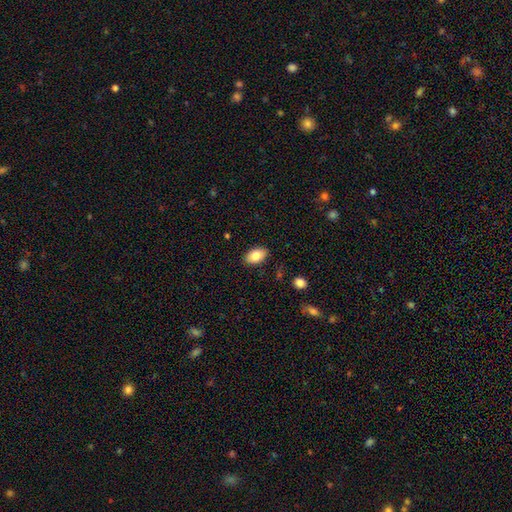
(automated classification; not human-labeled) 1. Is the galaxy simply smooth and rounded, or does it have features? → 83% smooth, 10% featured or disk, 7% star or artifact.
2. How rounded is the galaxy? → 92% in between, 7% round, 1% cigar-shaped.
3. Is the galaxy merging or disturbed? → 86% none, 10% minor disturbance, 2% major disturbance, 1% merger.